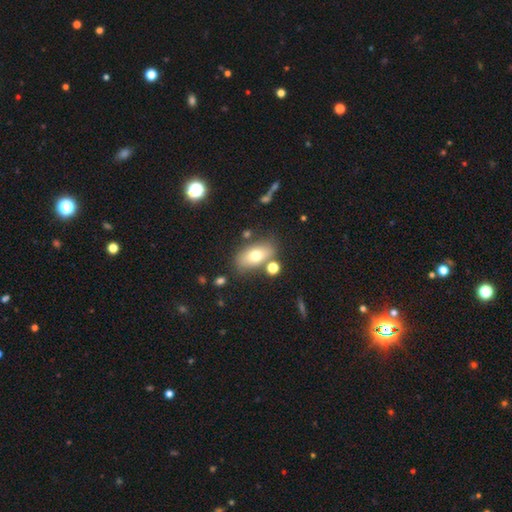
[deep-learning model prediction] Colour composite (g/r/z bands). It shows a smooth galaxy with no disk features (68%) that is in between round and cigar-shaped (85%). Merging: none (73%).